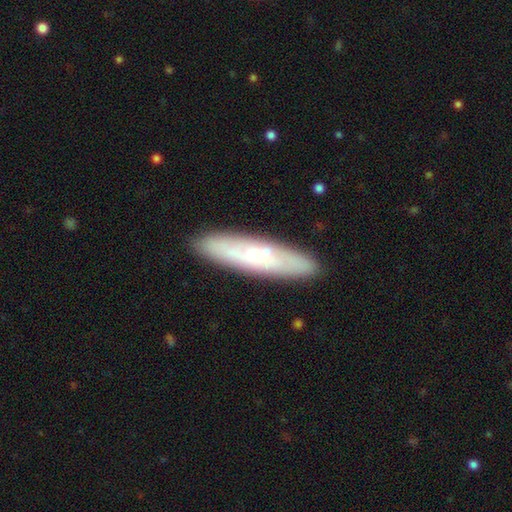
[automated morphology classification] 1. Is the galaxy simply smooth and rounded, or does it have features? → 52% smooth, 42% featured or disk, 7% star or artifact.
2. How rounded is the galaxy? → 81% cigar-shaped, 18% in between, 2% round.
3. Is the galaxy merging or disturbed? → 89% none, 8% minor disturbance, 2% major disturbance, 1% merger.